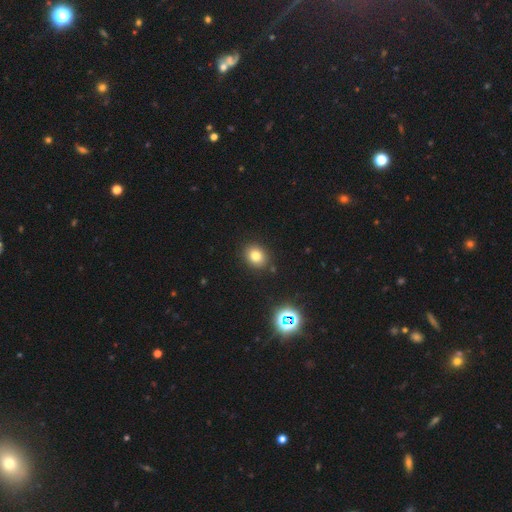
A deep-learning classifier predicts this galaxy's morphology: The model was most divided on "how rounded": round: 58%, in between: 41%, cigar-shaped: 1%. More confident: merging — none (88%); smooth or featured — smooth (78%).